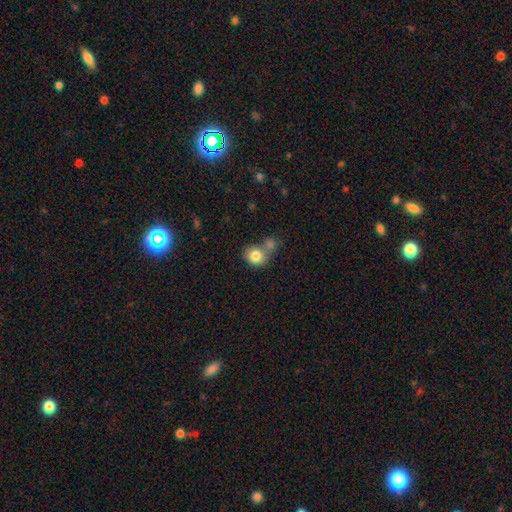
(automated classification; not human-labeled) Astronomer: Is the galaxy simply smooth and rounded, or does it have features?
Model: smooth — 82%.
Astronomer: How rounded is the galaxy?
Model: round — 76%.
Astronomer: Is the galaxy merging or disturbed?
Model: merger — 43% (runner-up: none, 41%).